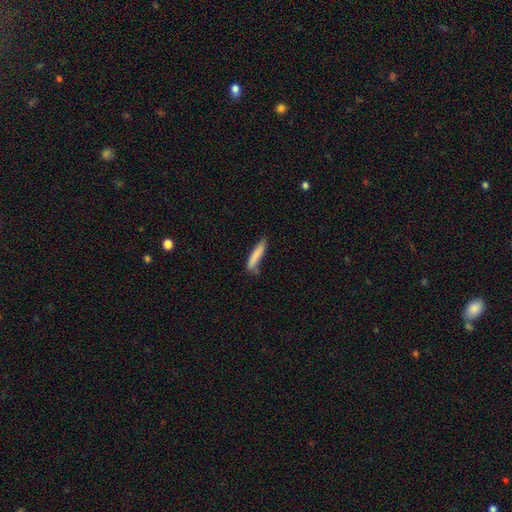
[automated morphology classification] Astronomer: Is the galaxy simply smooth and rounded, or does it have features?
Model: smooth — 80%.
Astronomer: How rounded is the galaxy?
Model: cigar-shaped — 89%.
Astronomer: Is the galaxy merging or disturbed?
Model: none — 65%.